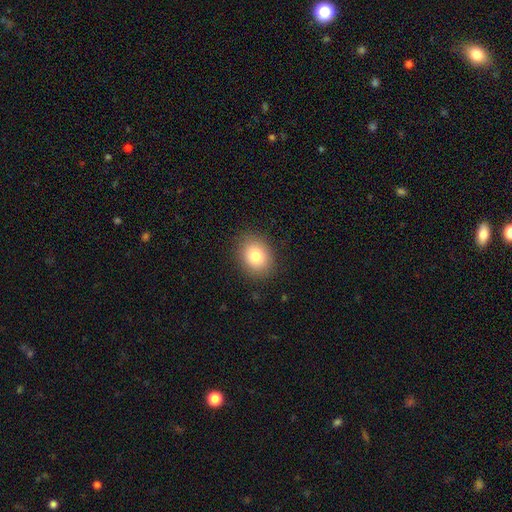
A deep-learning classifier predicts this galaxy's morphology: A smooth galaxy with no disk features (82%) that is round (54%). Merging: none (88%).